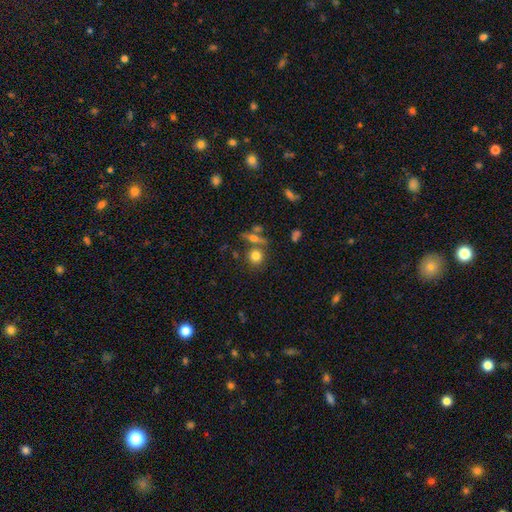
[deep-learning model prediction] Smooth or featured?
  - smooth: 76% *
  - featured or disk: 12%
  - star or artifact: 12%
How rounded?
  - round: 86% *
  - in between: 12%
  - cigar-shaped: 2%
Merging?
  - none: 66% *
  - merger: 19%
  - minor disturbance: 11%
  - major disturbance: 4%